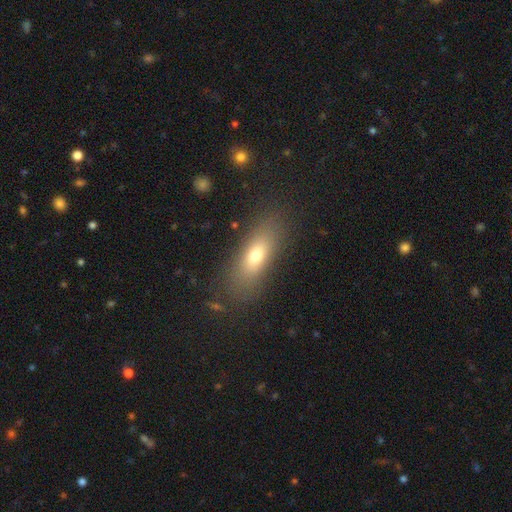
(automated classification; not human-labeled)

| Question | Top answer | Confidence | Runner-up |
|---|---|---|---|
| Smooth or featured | smooth | 68% | featured or disk (21%) |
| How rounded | in between | 61% | cigar-shaped (34%) |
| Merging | none | 82% | minor disturbance (11%) |